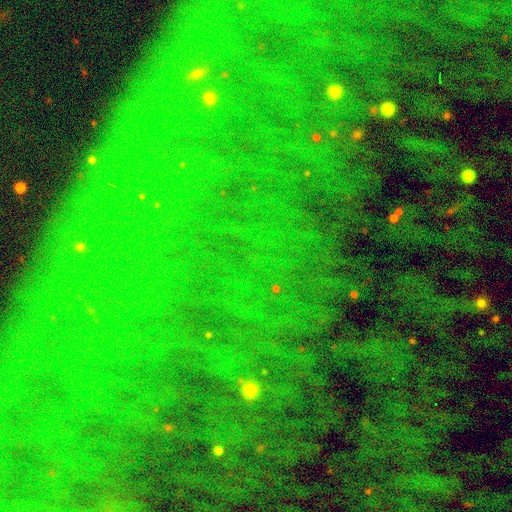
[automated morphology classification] Q: Smooth or featured?
A: star or artifact (82%); runner-up: smooth (11%)